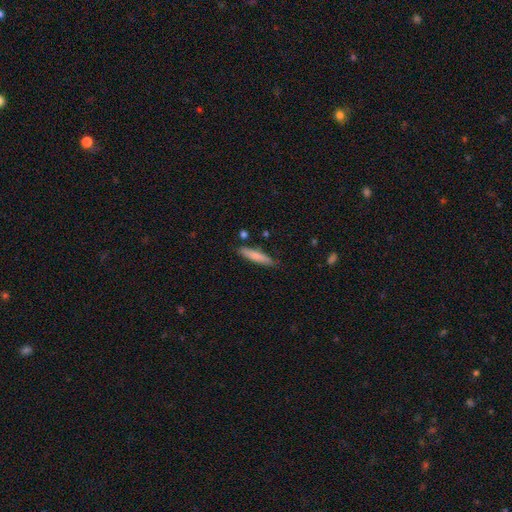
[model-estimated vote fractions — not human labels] A smooth galaxy with no disk features (75%) that is cigar-shaped (86%). Merging: none (82%).